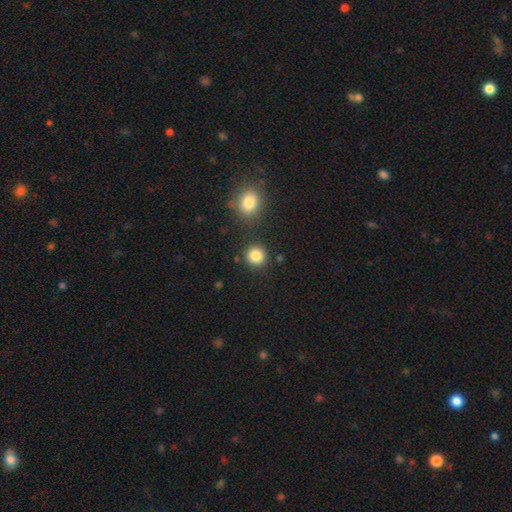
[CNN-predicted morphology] Smooth or featured: smooth — 85% (star or artifact — 11%)
How rounded: round — 90% (in between — 9%)
Merging: none — 85% (minor disturbance — 7%)